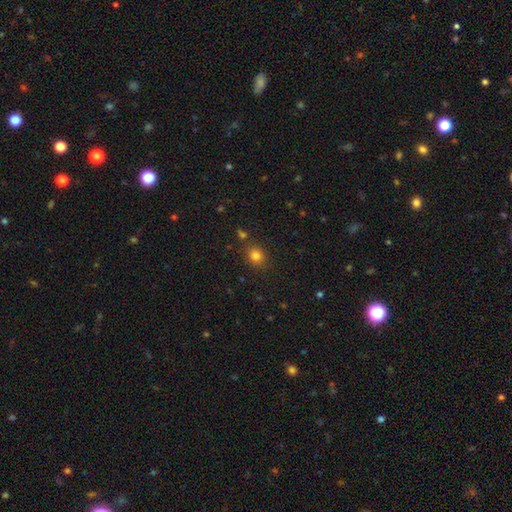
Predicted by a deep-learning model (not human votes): Smooth or featured? Predicted: smooth (p=0.80). How rounded? Predicted: round (p=0.73). Merging? Predicted: none (p=0.82).